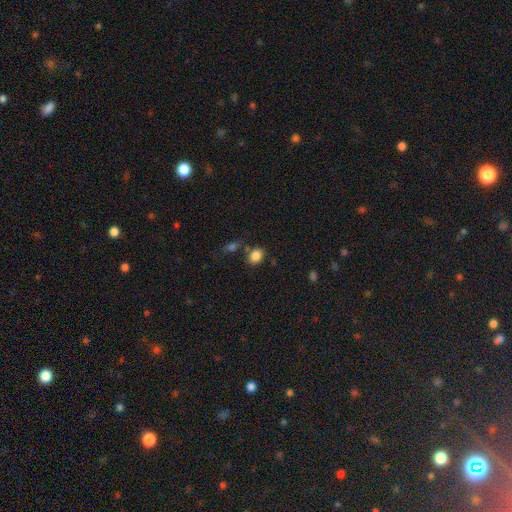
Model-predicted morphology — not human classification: Overall: smooth (85%). How rounded: round (51%; in between 48%). Merging: none (72%).